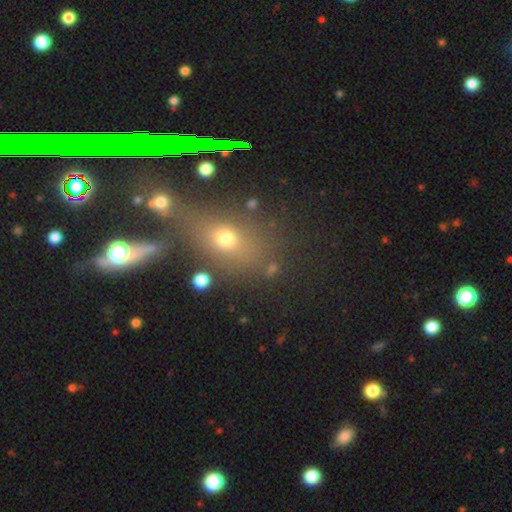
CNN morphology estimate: Smooth or featured? Predicted: smooth (p=0.46). Merging? Predicted: none (p=0.71).